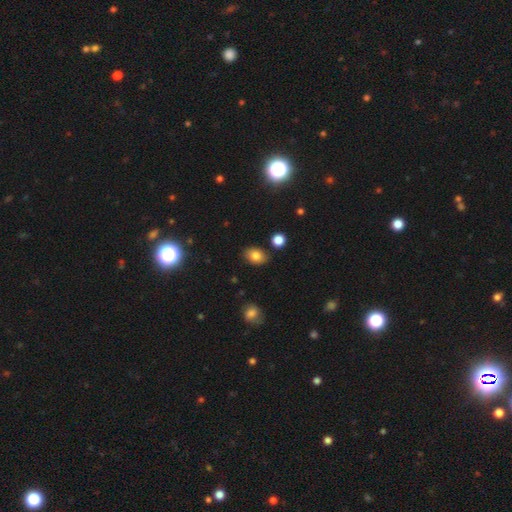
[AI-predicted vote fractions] This is clearly a smooth galaxy (81%). How rounded: likely in between (78%). Merging: clearly none (84%).